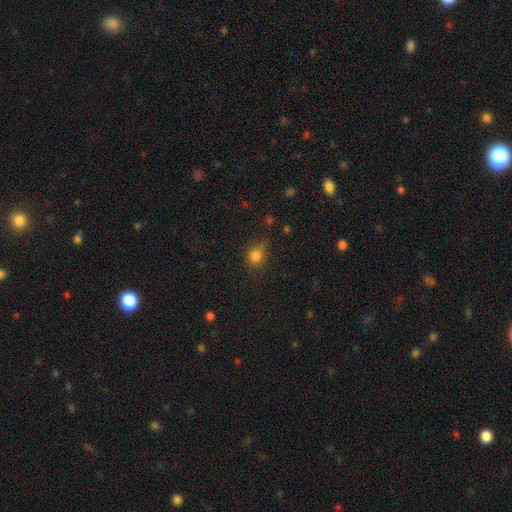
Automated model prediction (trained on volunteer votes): The model was most divided on "merging": none: 67%, minor disturbance: 23%, major disturbance: 6%, merger: 3%. More confident: smooth or featured — smooth (81%); how rounded — round (81%).